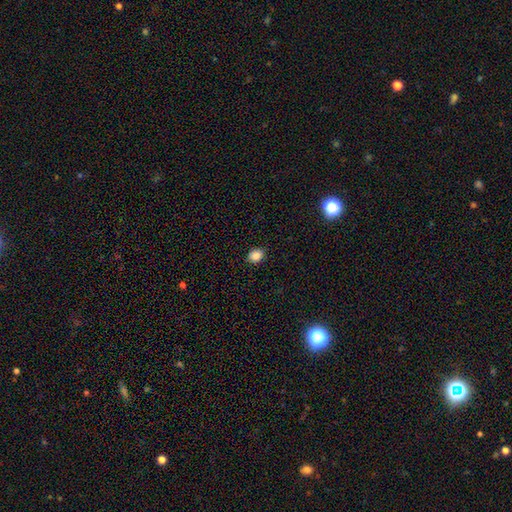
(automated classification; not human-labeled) smooth 85%, star or artifact 11%, featured or disk 4%. Down the decision tree: how rounded — round (53%); merging — none (87%).